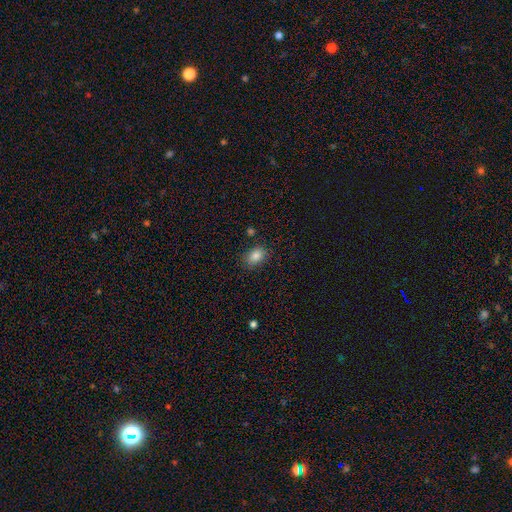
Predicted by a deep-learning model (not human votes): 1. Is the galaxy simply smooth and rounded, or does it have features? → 85% smooth, 9% star or artifact, 6% featured or disk.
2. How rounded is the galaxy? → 78% in between, 20% round, 1% cigar-shaped.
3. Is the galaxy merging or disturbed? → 82% none, 12% minor disturbance, 3% major disturbance, 2% merger.